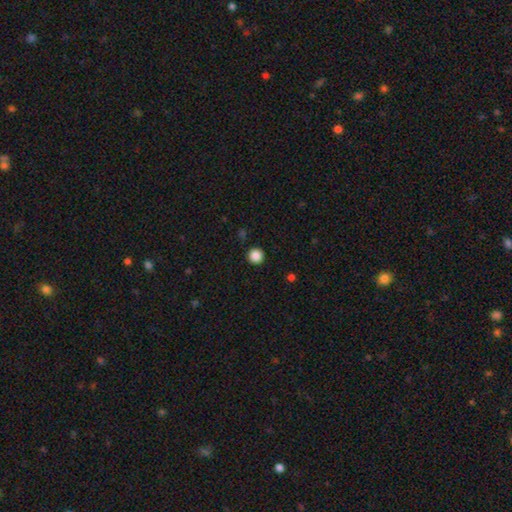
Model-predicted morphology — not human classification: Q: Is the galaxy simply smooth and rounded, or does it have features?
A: smooth — 87%.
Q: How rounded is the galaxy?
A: round — 96%.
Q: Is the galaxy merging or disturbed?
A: none — 93%.